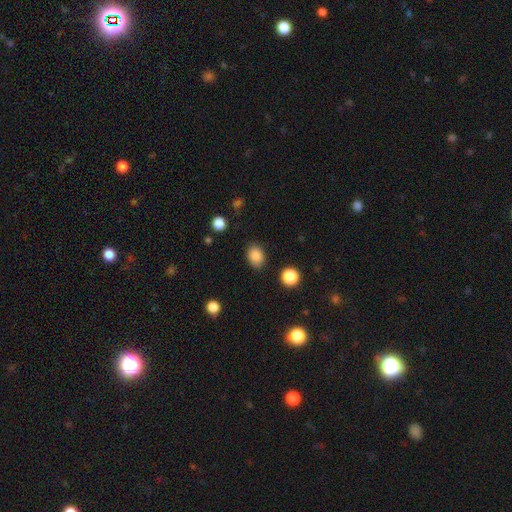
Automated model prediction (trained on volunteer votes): Q: Smooth or featured?
A: smooth (87%); runner-up: star or artifact (9%)
Q: How rounded?
A: in between (69%); runner-up: round (30%)
Q: Merging?
A: none (85%); runner-up: minor disturbance (10%)